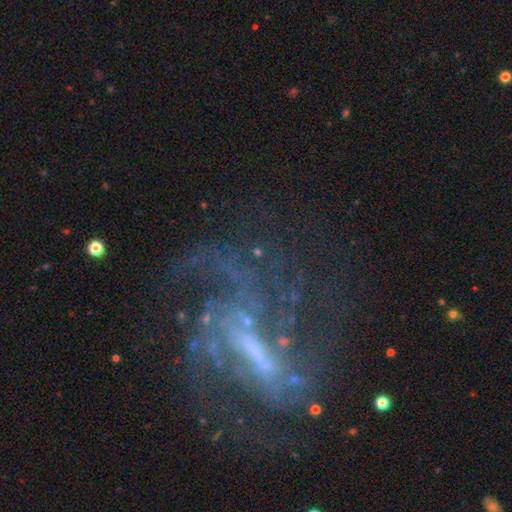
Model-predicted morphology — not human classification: This appears to be a featured or disk galaxy (81%) with a weak bar (40%, tied with strong), medium (42%) spiral arms (87%) and no central bulge (36%). Merging: none (50%).